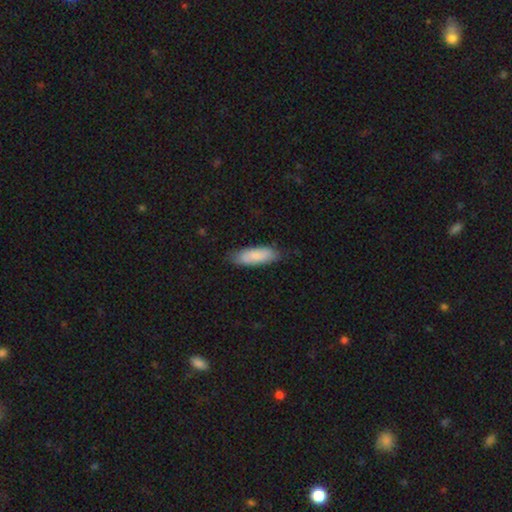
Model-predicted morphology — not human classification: This appears to be a smooth galaxy with no disk features (83%) that is in between round and cigar-shaped (61%). Merging: none (78%).